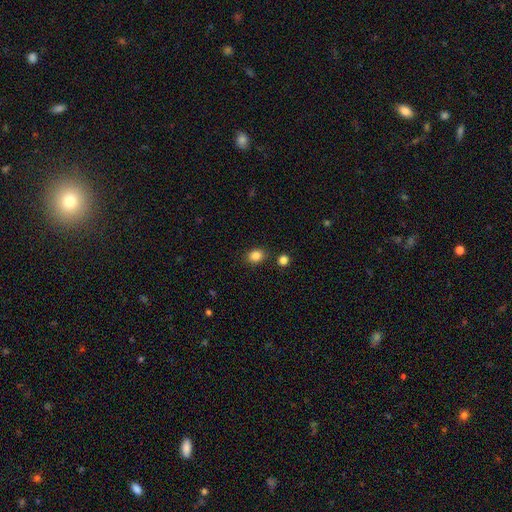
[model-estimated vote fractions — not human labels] Smooth or featured? Predicted: smooth (p=0.85). How rounded? Predicted: in between (p=0.53). Merging? Predicted: none (p=0.84).